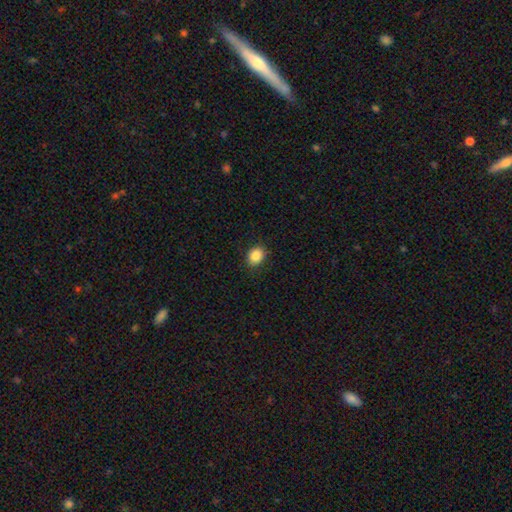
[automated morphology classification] smooth-or-featured: smooth: 86% | star or artifact: 9% | featured or disk: 5%
  how-rounded: in between: 58% | round: 41% | cigar-shaped: 1%
  merging: none: 88% | minor disturbance: 9% | major disturbance: 2% | merger: 1%